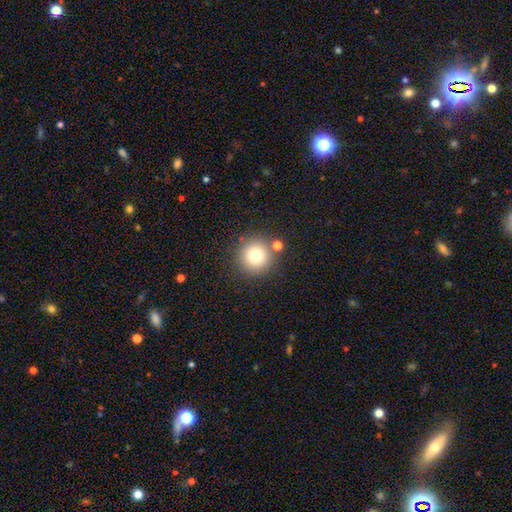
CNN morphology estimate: This is likely a smooth galaxy (76%). How rounded: clearly round (95%). Merging: clearly none (82%).